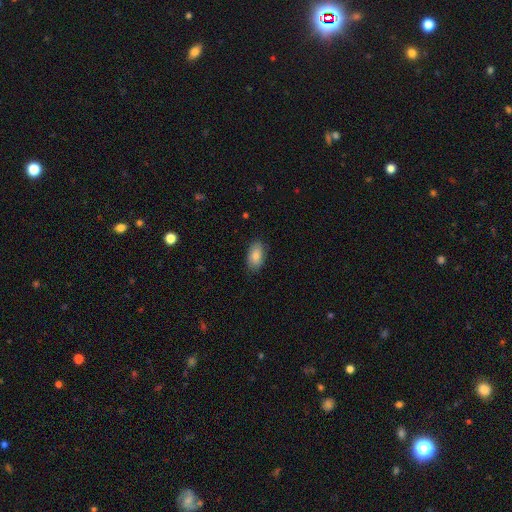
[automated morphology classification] smooth 85%, featured or disk 8%, star or artifact 7%. Down the decision tree: how rounded — in between (93%); merging — none (83%).